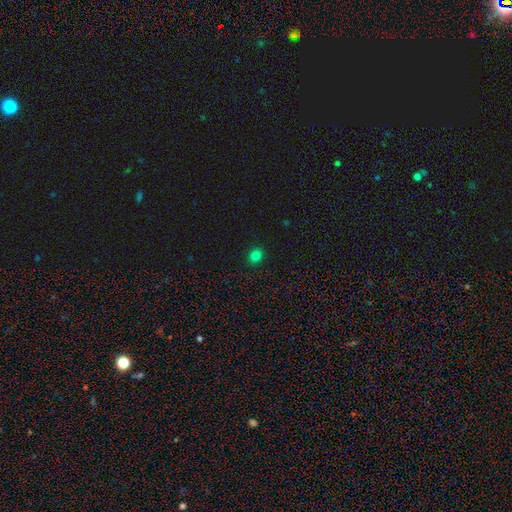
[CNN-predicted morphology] The model was most divided on "how rounded": round: 75%, in between: 24%, cigar-shaped: 1%. More confident: merging — none (92%); smooth or featured — smooth (81%).